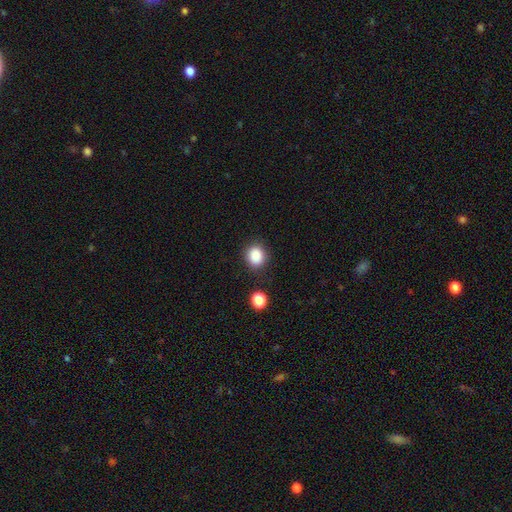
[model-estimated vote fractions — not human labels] Smooth or featured? smooth (86%)
How rounded? round (71%)
Merging? none (83%)